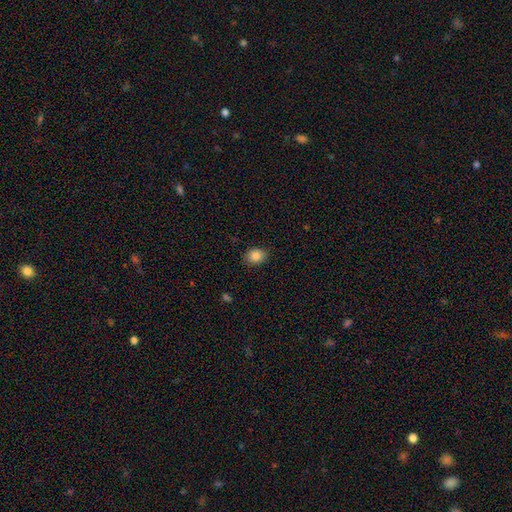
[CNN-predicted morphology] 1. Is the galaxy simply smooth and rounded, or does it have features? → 86% smooth, 9% star or artifact, 5% featured or disk.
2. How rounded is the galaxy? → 51% round, 48% in between, 1% cigar-shaped.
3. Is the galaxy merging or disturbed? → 86% none, 11% minor disturbance, 2% major disturbance, 1% merger.